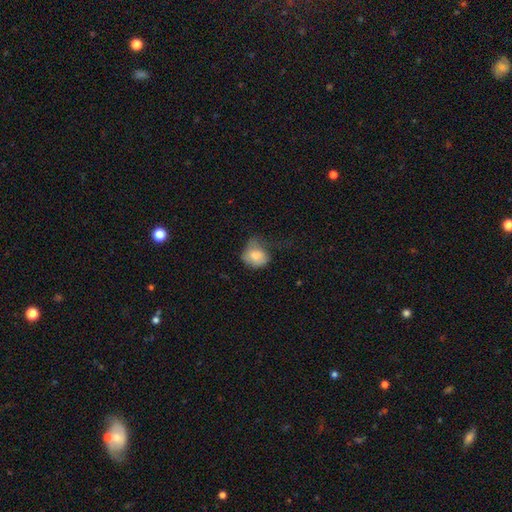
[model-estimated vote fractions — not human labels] Smooth or featured? Predicted: smooth (p=0.75). How rounded? Predicted: round (p=0.55). Merging? Predicted: major disturbance (p=0.36).